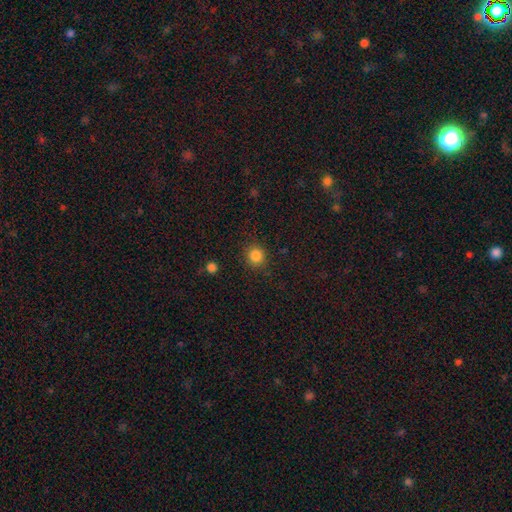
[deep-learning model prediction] Smooth or featured?
  - smooth: 84% *
  - star or artifact: 11%
  - featured or disk: 4%
How rounded?
  - round: 89% *
  - in between: 10%
  - cigar-shaped: 1%
Merging?
  - none: 89% *
  - minor disturbance: 7%
  - major disturbance: 3%
  - merger: 1%